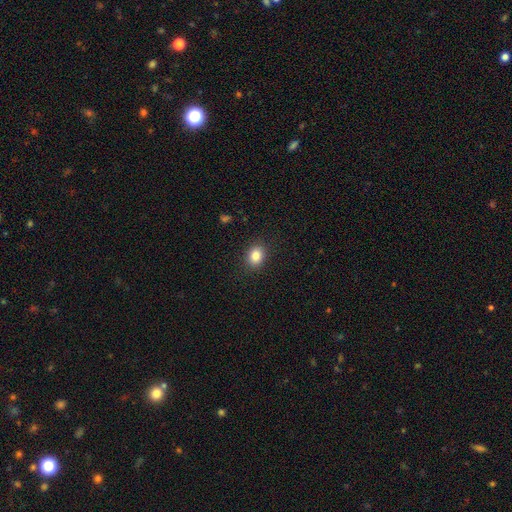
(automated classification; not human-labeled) smooth_or_featured: smooth (p=0.84) [alt: star or artifact p=0.10]
how_rounded: in between (p=0.57) [alt: round p=0.42]
merging: none (p=0.89) [alt: minor disturbance p=0.08]